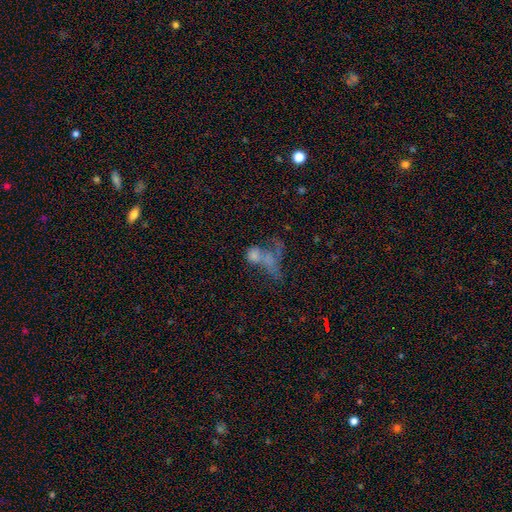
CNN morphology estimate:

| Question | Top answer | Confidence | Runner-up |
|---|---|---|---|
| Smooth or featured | smooth | 59% | featured or disk (23%) |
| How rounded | in between | 50% | round (46%) |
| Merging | merger | 52% | major disturbance (20%) |